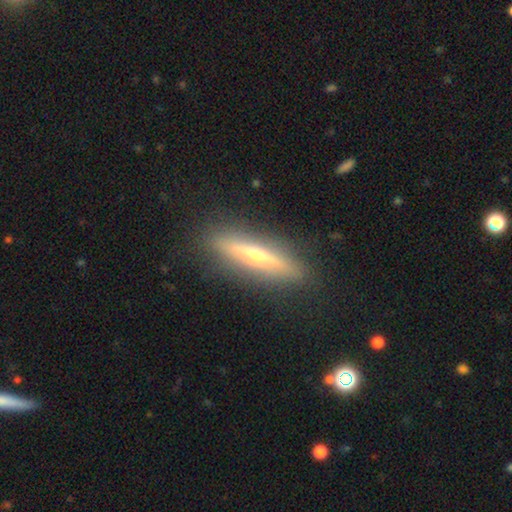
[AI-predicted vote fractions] smooth-or-featured: featured or disk: 67% | smooth: 27% | star or artifact: 7%
  disk-edge-on: yes: 92% | no: 8%
    edge-on-bulge: rounded: 89% | none: 9% | boxy: 3%
  merging: none: 88% | minor disturbance: 8% | major disturbance: 2% | merger: 1%